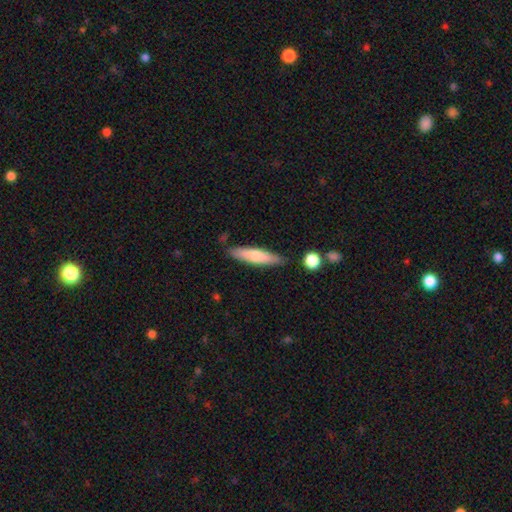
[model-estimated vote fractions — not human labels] smooth-or-featured: smooth: 67% | featured or disk: 27% | star or artifact: 6%
  how-rounded: cigar-shaped: 80% | in between: 18% | round: 2%
  merging: none: 82% | minor disturbance: 12% | merger: 3% | major disturbance: 2%